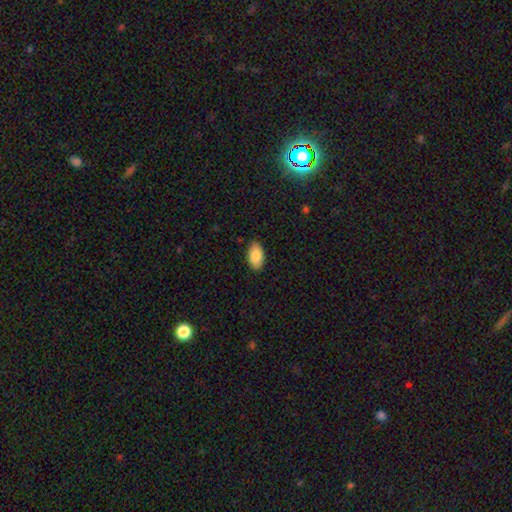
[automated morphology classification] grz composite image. It shows a smooth galaxy with no disk features (86%) that is in between round and cigar-shaped (95%). Merging: none (87%).